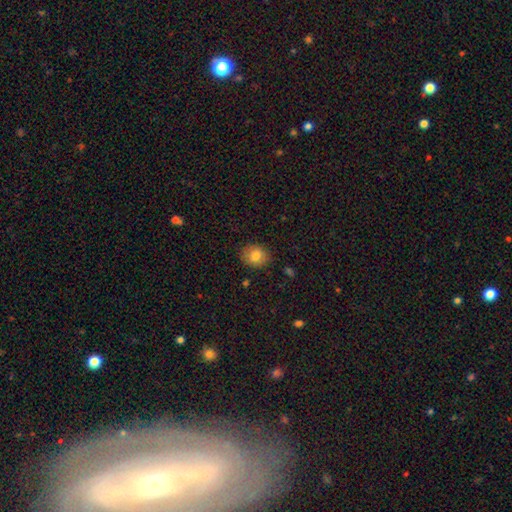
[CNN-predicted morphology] smooth 80%, featured or disk 10%, star or artifact 9%. Down the decision tree: how rounded — round (60%); merging — none (86%).